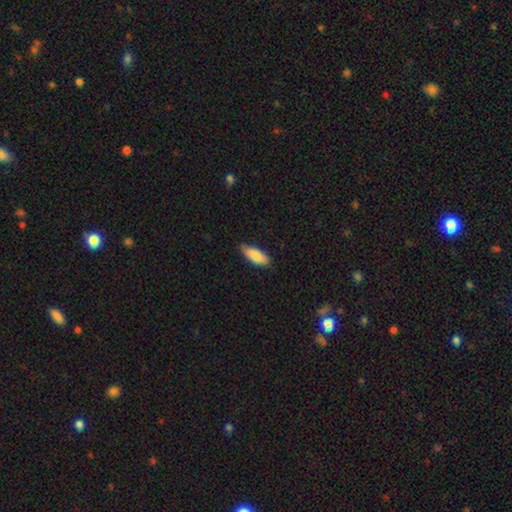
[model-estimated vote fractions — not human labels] Smooth or featured: smooth — 87% (featured or disk — 8%)
How rounded: in between — 74% (cigar-shaped — 24%)
Merging: none — 79% (minor disturbance — 18%)